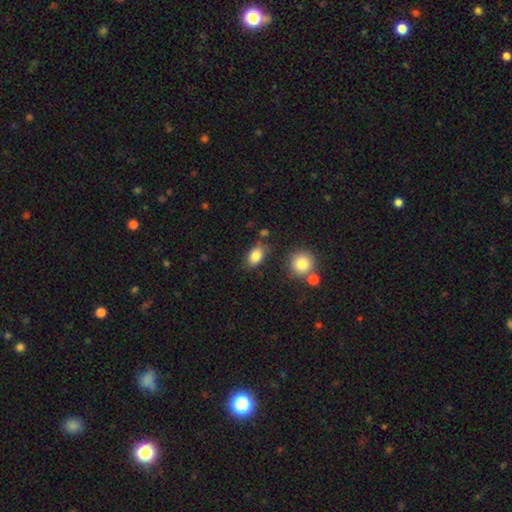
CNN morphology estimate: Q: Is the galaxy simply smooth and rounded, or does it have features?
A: smooth — 85%.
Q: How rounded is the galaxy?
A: in between — 84%.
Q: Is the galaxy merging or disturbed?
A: none — 75%.